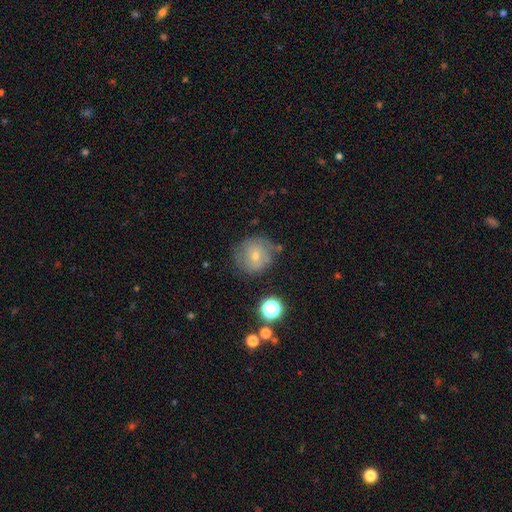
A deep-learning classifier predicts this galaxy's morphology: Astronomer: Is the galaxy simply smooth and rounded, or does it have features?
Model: smooth — 58%.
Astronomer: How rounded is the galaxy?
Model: round — 88%.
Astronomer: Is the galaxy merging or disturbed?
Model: none — 62%.